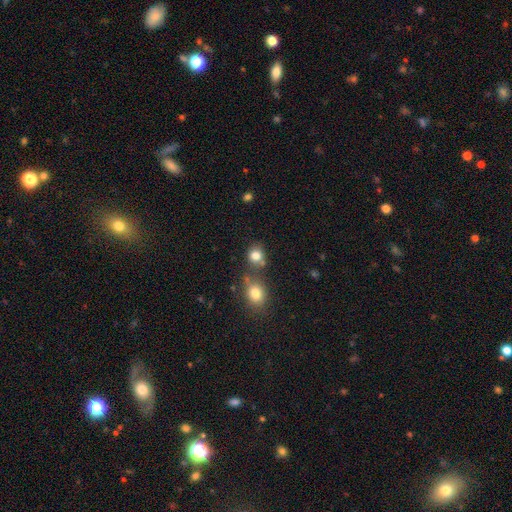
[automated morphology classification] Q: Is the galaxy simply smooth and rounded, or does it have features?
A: smooth — 81%.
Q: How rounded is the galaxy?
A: round — 73%.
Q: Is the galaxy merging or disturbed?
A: none — 59%.